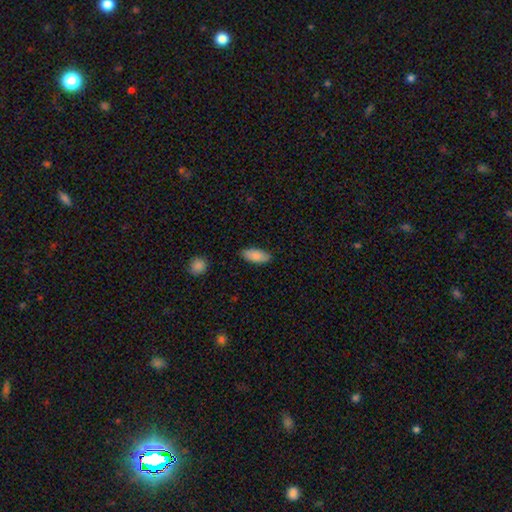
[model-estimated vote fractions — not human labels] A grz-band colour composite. It shows a smooth galaxy with no disk features (83%) that is in between round and cigar-shaped (89%). Merging: none (84%).